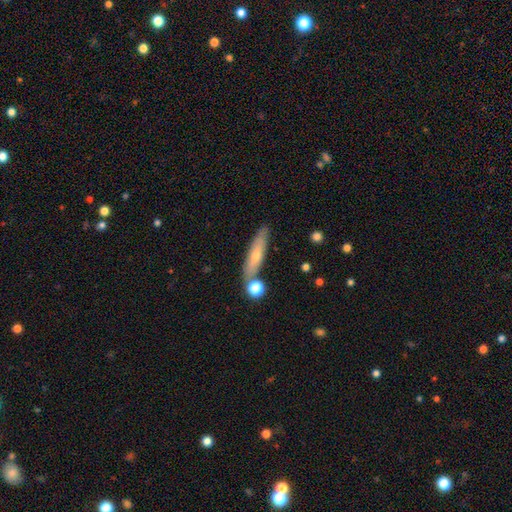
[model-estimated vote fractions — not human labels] A smooth galaxy with no disk features (59%) that is cigar-shaped (80%). Merging: none (74%).